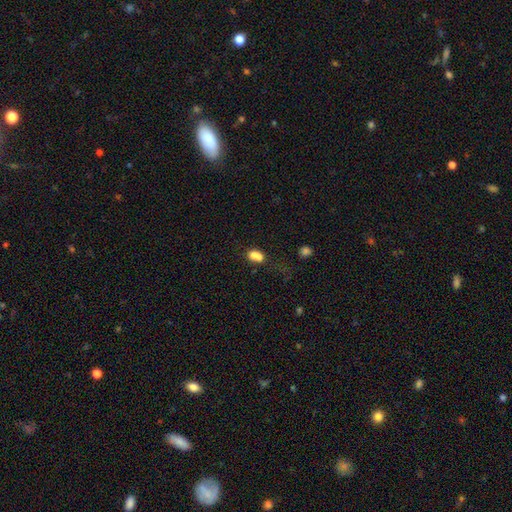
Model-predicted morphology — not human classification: This appears to be a smooth galaxy with no disk features (74%) that is in between round and cigar-shaped (59%). Merging: merger (49%).